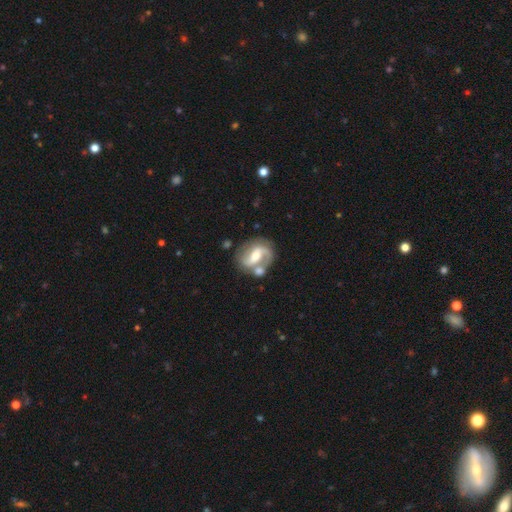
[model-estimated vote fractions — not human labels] Smooth or featured? Predicted: featured or disk (p=0.83). Edge-on disk? Predicted: no (p=0.97). Bar? Predicted: strong (p=0.42). Spiral arms? Predicted: yes (p=0.93). Spiral winding? Predicted: medium (p=0.50). Spiral arm count? Predicted: 2 (p=0.86). Bulge size? Predicted: moderate (p=0.59). Merging? Predicted: none (p=0.60).